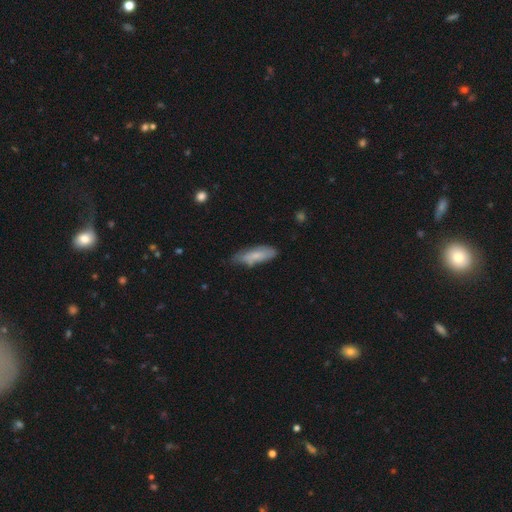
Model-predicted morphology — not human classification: This is likely a smooth galaxy (71%). How rounded: possibly in between (55%). Merging: possibly none (53%).